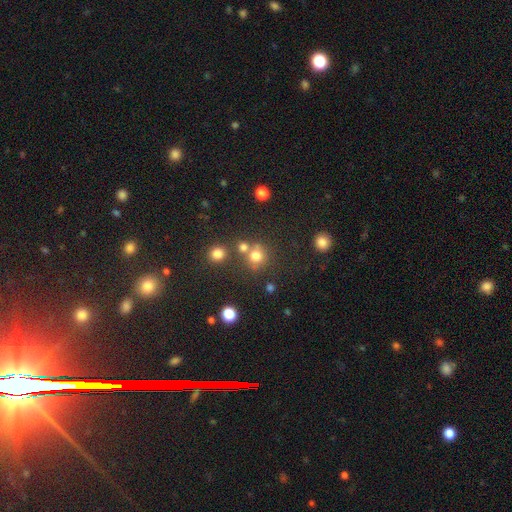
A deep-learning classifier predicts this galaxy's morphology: This is likely a smooth galaxy (72%). How rounded: clearly round (88%). Merging: likely none (63%).